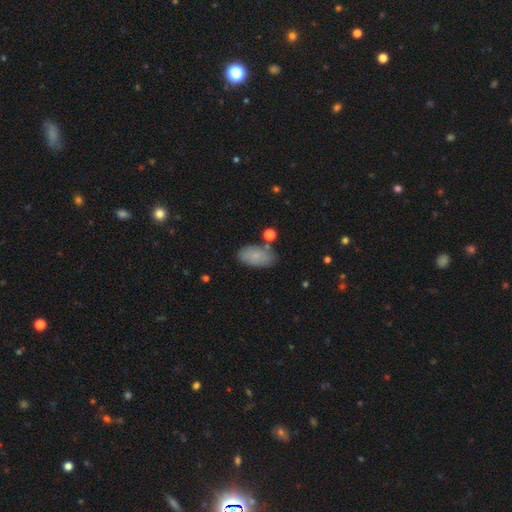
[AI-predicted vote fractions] smooth 80%, featured or disk 13%, star or artifact 7%. Down the decision tree: how rounded — in between (93%); merging — none (74%).